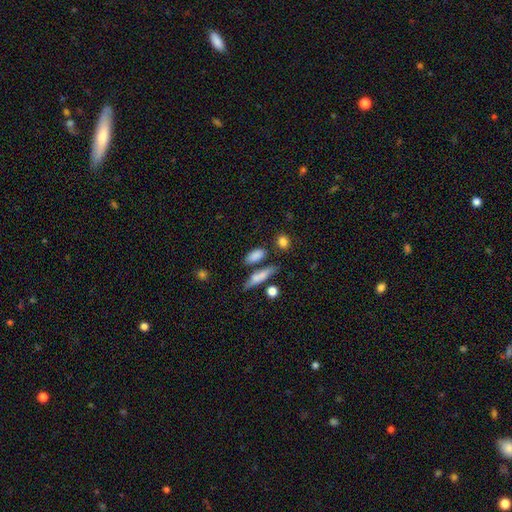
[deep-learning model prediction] Smooth or featured?
  - smooth: 81% *
  - featured or disk: 12%
  - star or artifact: 8%
How rounded?
  - in between: 59% *
  - cigar-shaped: 33%
  - round: 8%
Merging?
  - none: 67% *
  - minor disturbance: 14%
  - merger: 14%
  - major disturbance: 5%